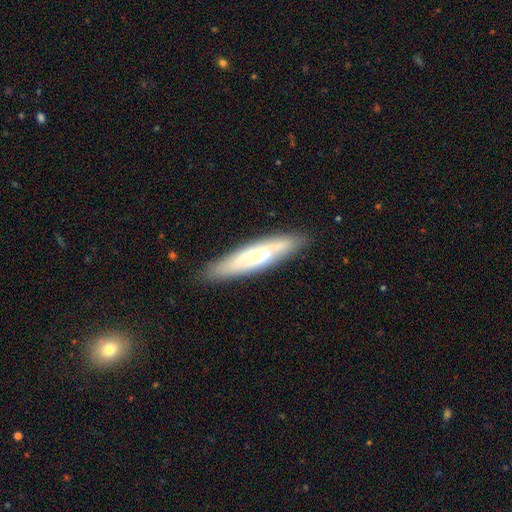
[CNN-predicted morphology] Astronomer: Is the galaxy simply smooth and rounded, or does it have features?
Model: featured or disk — 55% (runner-up: smooth, 38%).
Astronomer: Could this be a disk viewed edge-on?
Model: yes — 53% (runner-up: no, 47%).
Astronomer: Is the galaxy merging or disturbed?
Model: none — 82%.